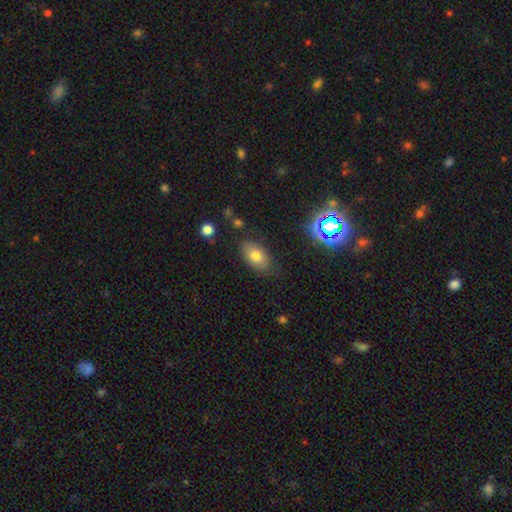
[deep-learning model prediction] Smooth or featured? smooth (74%)
How rounded? in between (90%)
Merging? none (80%)